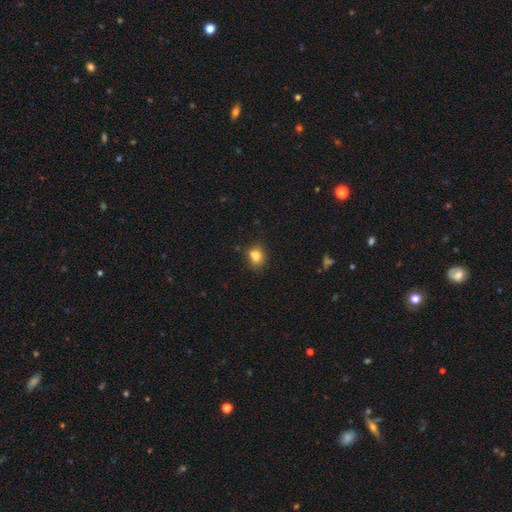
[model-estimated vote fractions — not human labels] Smooth or featured? Predicted: smooth (p=0.83). How rounded? Predicted: round (p=0.56). Merging? Predicted: none (p=0.70).